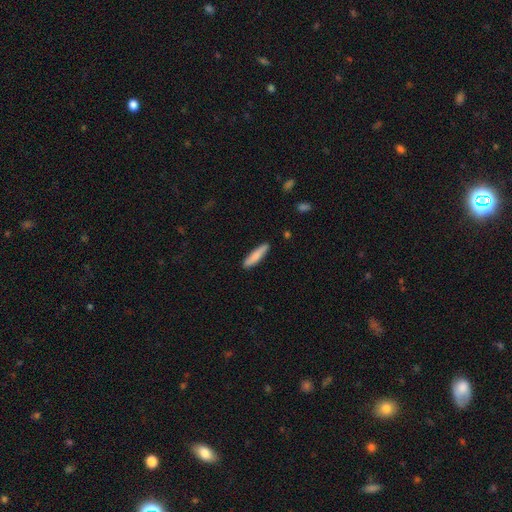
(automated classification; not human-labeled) This appears to be a smooth galaxy with no disk features (81%) that is cigar-shaped (85%). Merging: none (88%).